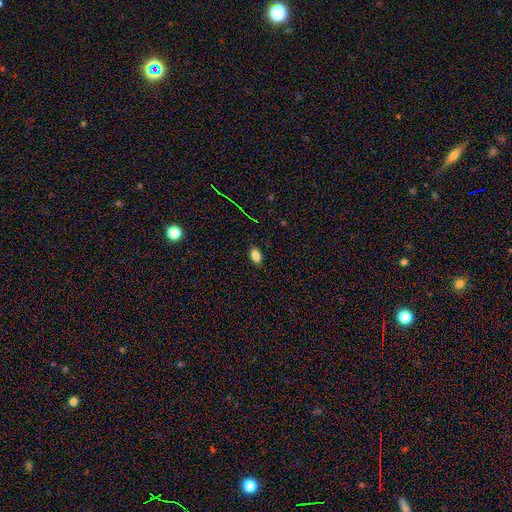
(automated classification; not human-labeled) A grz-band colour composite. It shows a smooth galaxy with no disk features (84%) that is in between round and cigar-shaped (89%). Merging: none (88%).